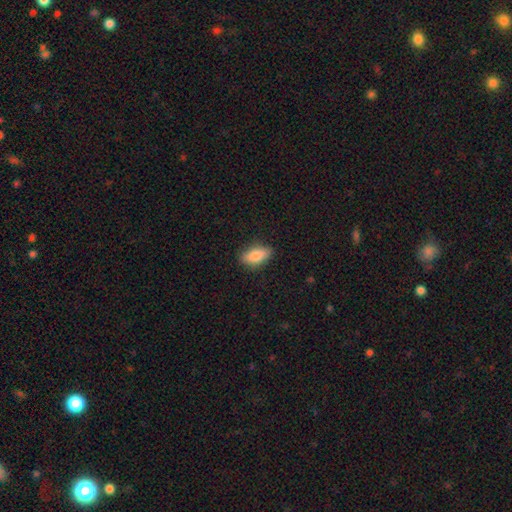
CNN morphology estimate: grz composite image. It shows a smooth galaxy with no disk features (86%) that is in between round and cigar-shaped (88%). Merging: none (84%).